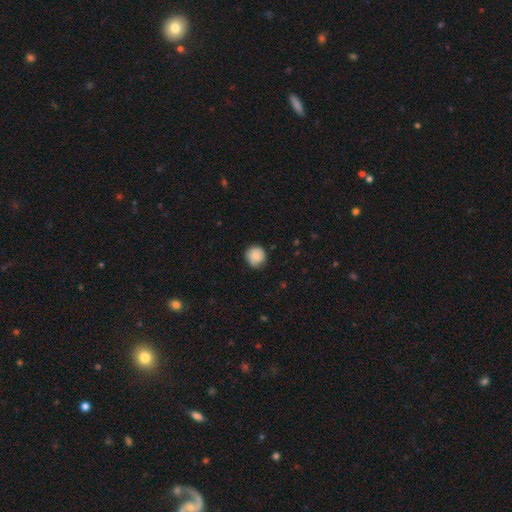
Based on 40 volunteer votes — Volunteers were most divided on "merging": none: 78%, minor disturbance: 18%, major disturbance: 2%, merger: 2%. More confident: how rounded — round (94%); smooth or featured — smooth (88%).